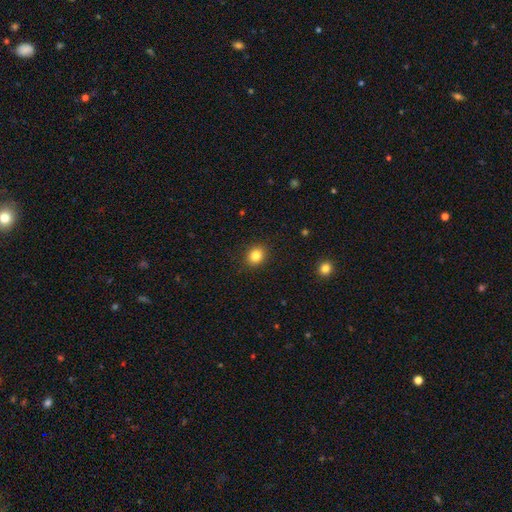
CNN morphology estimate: This is clearly a smooth galaxy (84%). How rounded: likely round (65%). Merging: clearly none (90%).